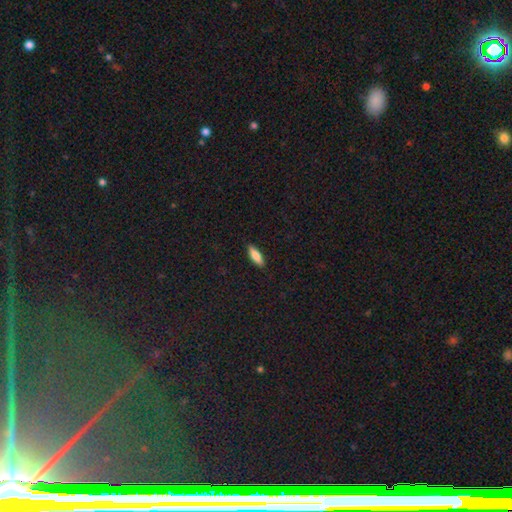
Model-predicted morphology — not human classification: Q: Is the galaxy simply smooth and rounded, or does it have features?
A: smooth — 84%.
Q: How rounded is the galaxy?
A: in between — 59%.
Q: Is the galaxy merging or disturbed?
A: none — 90%.